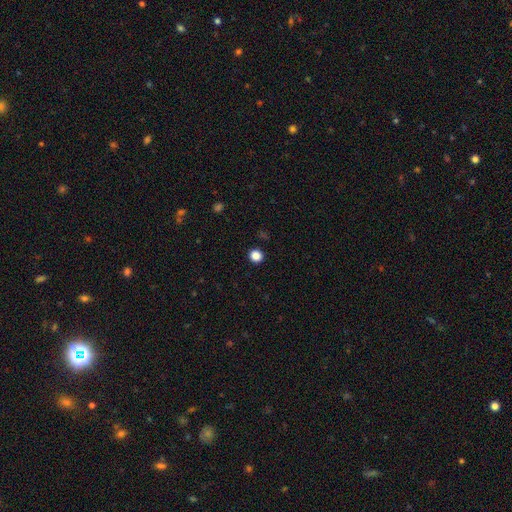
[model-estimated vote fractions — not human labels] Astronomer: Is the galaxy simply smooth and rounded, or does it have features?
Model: smooth — 85%.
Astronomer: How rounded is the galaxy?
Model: round — 91%.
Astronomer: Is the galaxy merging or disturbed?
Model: none — 92%.